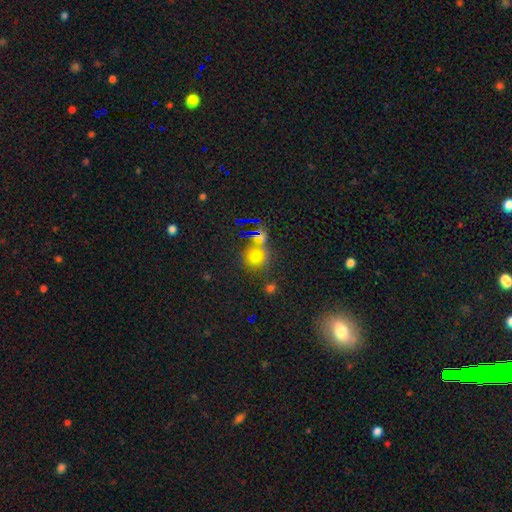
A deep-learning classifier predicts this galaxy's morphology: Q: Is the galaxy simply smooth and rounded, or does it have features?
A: smooth — 60%.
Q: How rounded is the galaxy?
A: round — 86%.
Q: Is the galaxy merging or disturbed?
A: none — 64%.